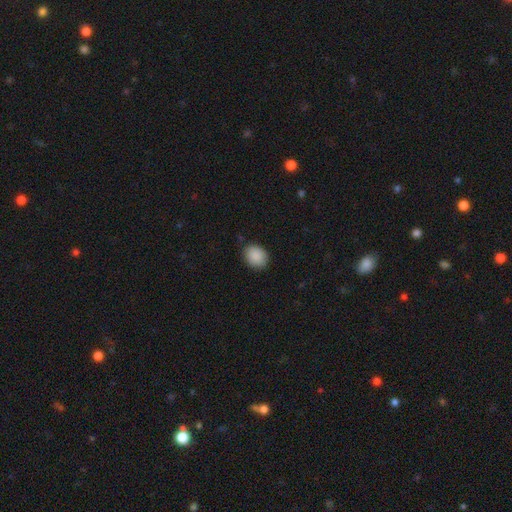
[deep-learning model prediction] Smooth or featured? Predicted: smooth (p=0.89). How rounded? Predicted: in between (p=0.52). Merging? Predicted: none (p=0.84).